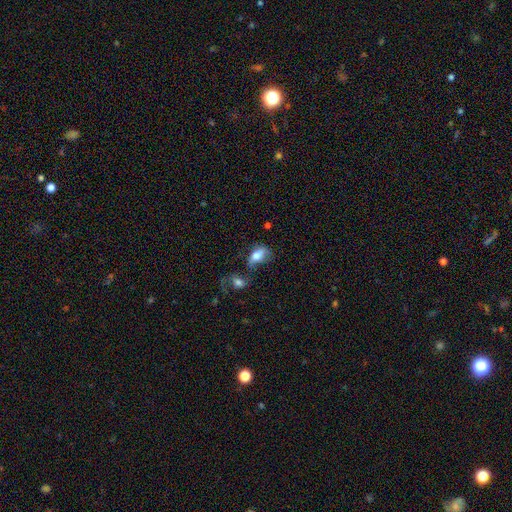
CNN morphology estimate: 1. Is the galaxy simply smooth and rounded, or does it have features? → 69% smooth, 23% featured or disk, 9% star or artifact.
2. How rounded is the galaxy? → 85% in between, 9% round, 7% cigar-shaped.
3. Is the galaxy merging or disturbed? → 29% none, 25% major disturbance, 24% minor disturbance, 22% merger.